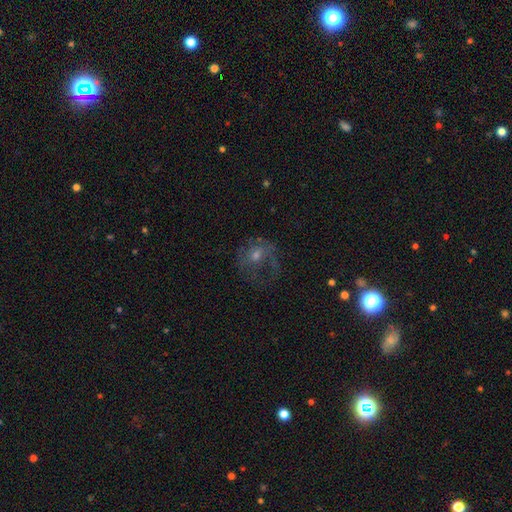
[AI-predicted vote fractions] This appears to be a featured or disk galaxy (55%) with no bar (74%), spiral arms (58%) and a moderate central bulge (46%). Merging: none (43%).